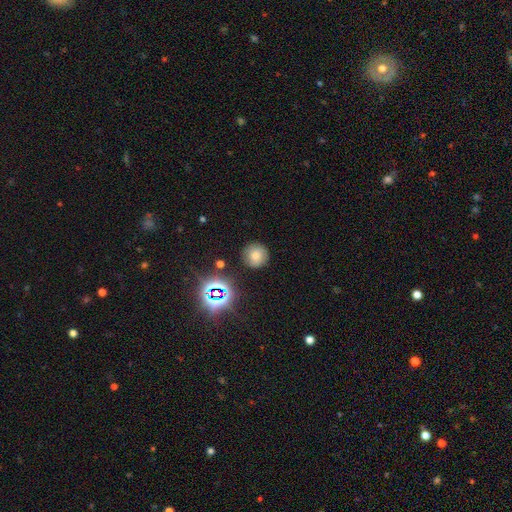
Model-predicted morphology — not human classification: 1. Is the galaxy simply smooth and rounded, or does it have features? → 72% smooth, 18% star or artifact, 10% featured or disk.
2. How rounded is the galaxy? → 93% round, 6% in between, 1% cigar-shaped.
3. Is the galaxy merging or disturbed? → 85% none, 10% minor disturbance, 3% major disturbance, 2% merger.